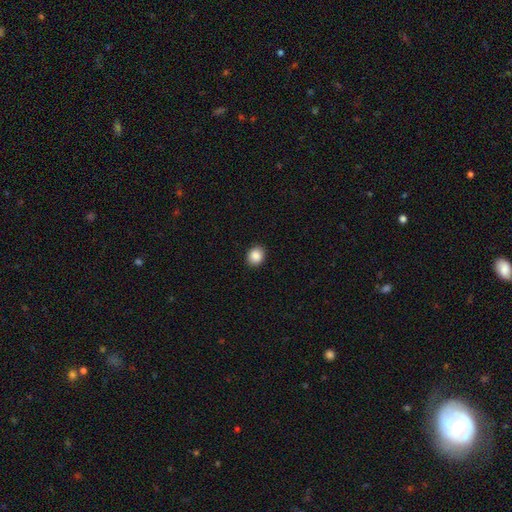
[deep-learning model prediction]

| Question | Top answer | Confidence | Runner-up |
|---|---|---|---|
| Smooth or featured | smooth | 88% | star or artifact (9%) |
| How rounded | round | 63% | in between (36%) |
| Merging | none | 91% | minor disturbance (6%) |